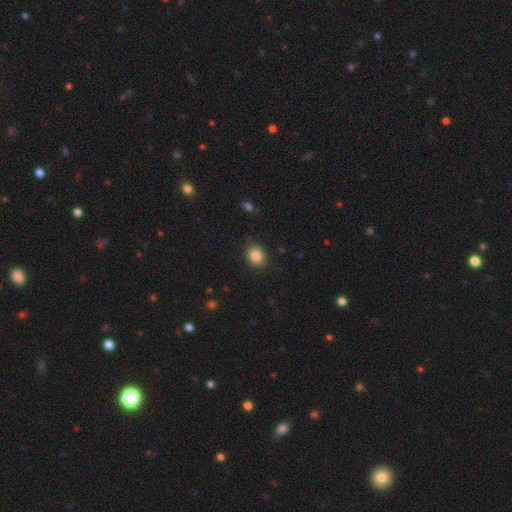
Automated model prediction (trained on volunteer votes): This is clearly a smooth galaxy (85%). How rounded: possibly round (54%). Merging: clearly none (86%).